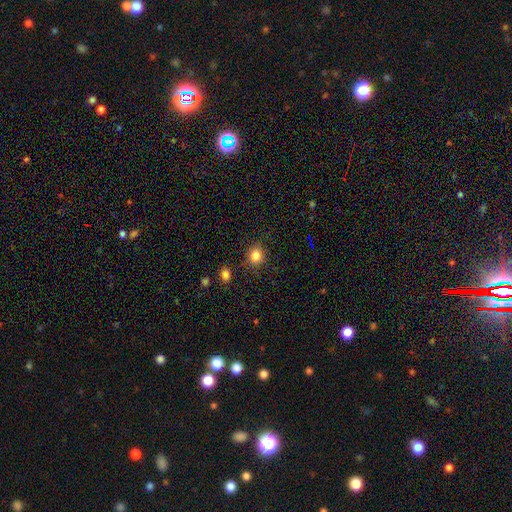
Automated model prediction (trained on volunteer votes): Smooth or featured? smooth (83%)
How rounded? round (76%)
Merging? none (82%)